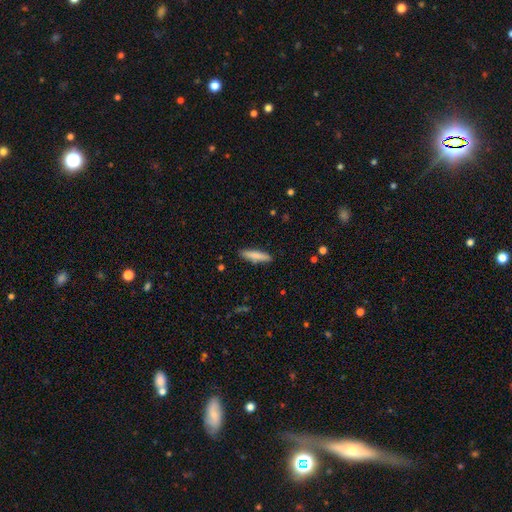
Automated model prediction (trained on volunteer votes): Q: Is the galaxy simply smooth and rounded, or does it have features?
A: smooth — 79%.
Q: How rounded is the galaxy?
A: cigar-shaped — 82%.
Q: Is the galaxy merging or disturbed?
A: none — 88%.